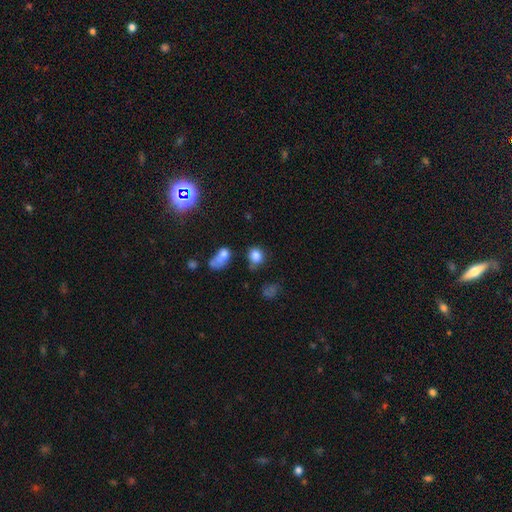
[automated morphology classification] A smooth galaxy with no disk features (80%) that is round (65%).

Vote fractions:
- Smooth or featured? smooth: 80% / star or artifact: 12% / featured or disk: 7%
- How rounded? round: 65% / in between: 34% / cigar-shaped: 2%
- Merging? none: 55% / minor disturbance: 20% / merger: 15% / major disturbance: 10%